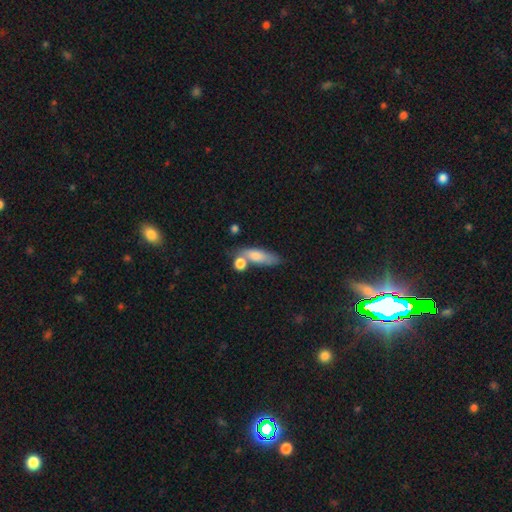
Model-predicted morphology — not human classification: Smooth or featured? smooth (72%)
How rounded? cigar-shaped (49%)
Merging? none (56%)